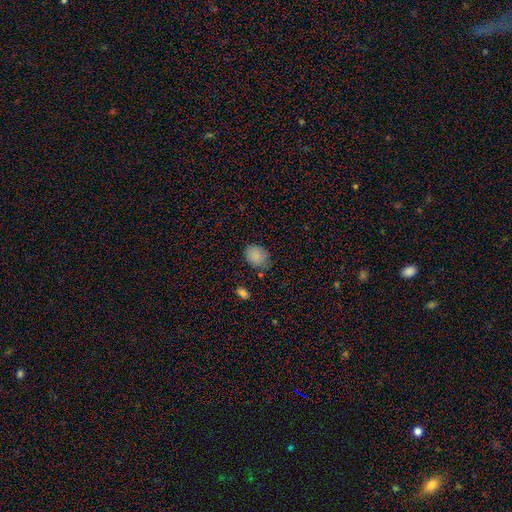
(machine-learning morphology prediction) smooth-or-featured: smooth: 86% | star or artifact: 9% | featured or disk: 5%
  how-rounded: in between: 58% | round: 41% | cigar-shaped: 1%
  merging: none: 70% | minor disturbance: 22% | major disturbance: 5% | merger: 3%